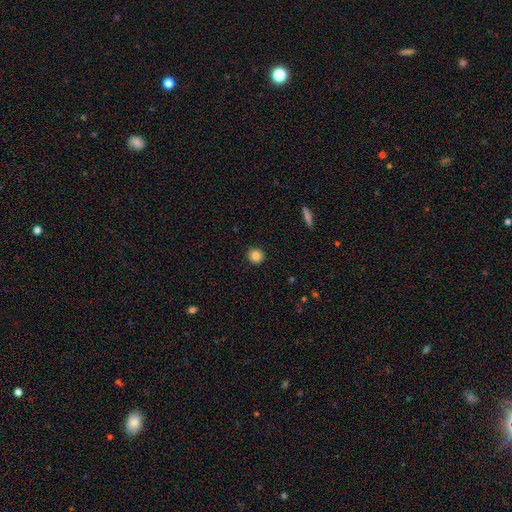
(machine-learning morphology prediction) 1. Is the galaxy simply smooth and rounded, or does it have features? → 84% smooth, 9% star or artifact, 7% featured or disk.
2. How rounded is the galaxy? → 91% round, 8% in between, 1% cigar-shaped.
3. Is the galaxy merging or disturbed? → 91% none, 6% minor disturbance, 2% major disturbance, 1% merger.